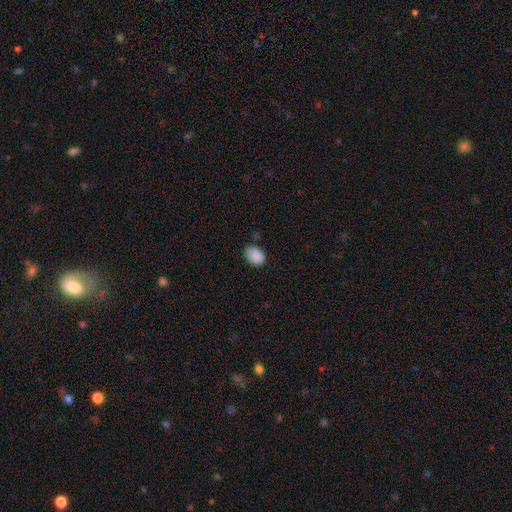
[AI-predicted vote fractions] smooth-or-featured: smooth: 89% | star or artifact: 8% | featured or disk: 3%
  how-rounded: in between: 75% | round: 24% | cigar-shaped: 1%
  merging: none: 74% | minor disturbance: 21% | major disturbance: 3% | merger: 2%